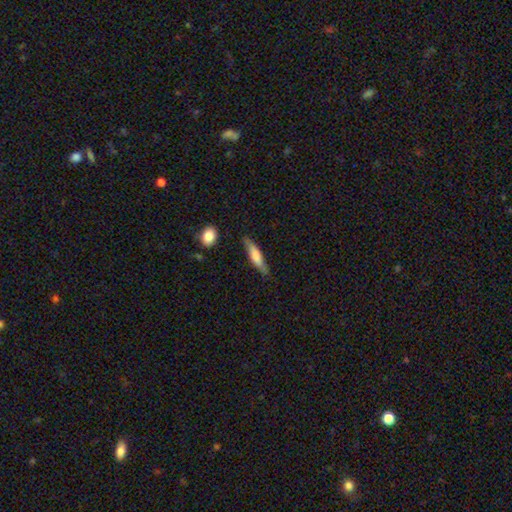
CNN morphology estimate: The model was most divided on "smooth or featured": smooth: 67%, featured or disk: 27%, star or artifact: 6%. More confident: how rounded — cigar-shaped (78%); merging — none (77%).